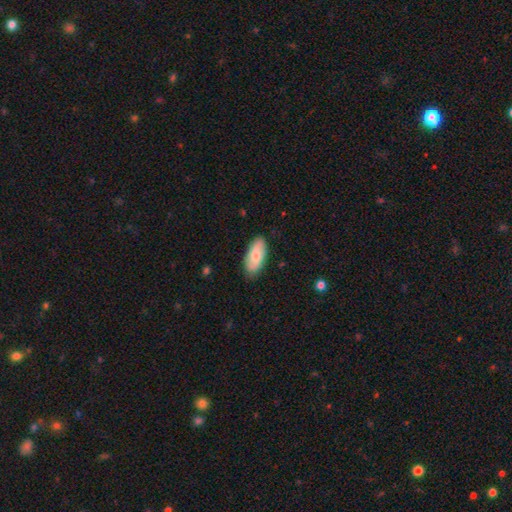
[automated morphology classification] smooth 67%, featured or disk 27%, star or artifact 5%. Down the decision tree: how rounded — in between (90%); merging — none (83%).